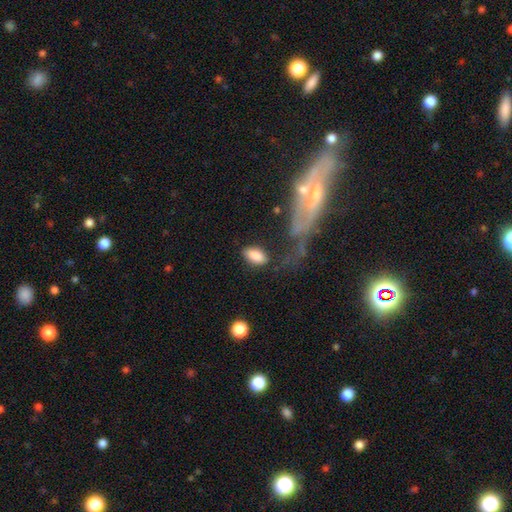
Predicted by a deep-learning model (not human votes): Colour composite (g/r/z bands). It shows a smooth galaxy with no disk features (86%) that is in between round and cigar-shaped (93%). Merging: none (70%).